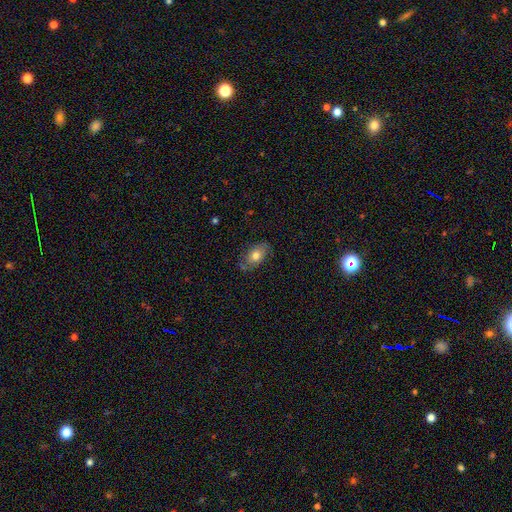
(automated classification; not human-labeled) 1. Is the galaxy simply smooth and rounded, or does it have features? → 64% smooth, 28% featured or disk, 8% star or artifact.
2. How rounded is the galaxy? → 88% in between, 10% round, 2% cigar-shaped.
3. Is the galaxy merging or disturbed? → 71% none, 22% minor disturbance, 6% major disturbance, 2% merger.